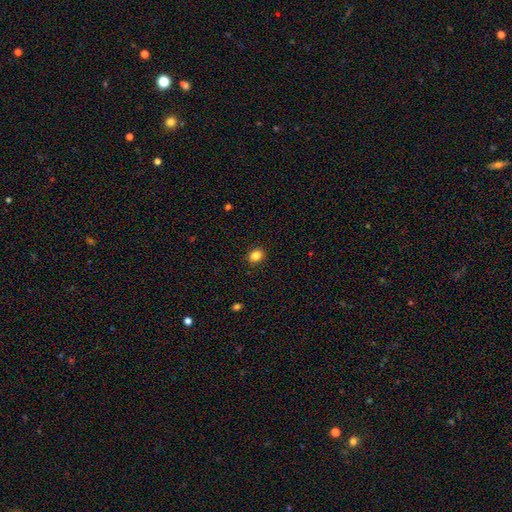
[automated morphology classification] This appears to be a smooth galaxy with no disk features (85%) that is round (55%). Merging: none (90%).